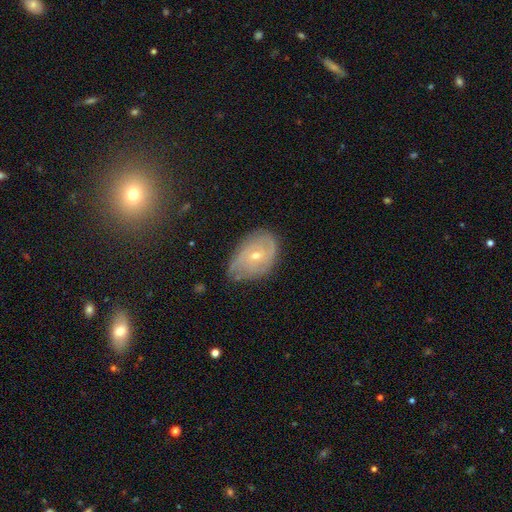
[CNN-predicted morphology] Smooth or featured?
  - featured or disk: 66% *
  - smooth: 24%
  - star or artifact: 9%
Edge-on disk?
  - no: 95% *
  - yes: 5%
Bar?
  - no: 64% *
  - weak: 30%
  - strong: 6%
Spiral arms?
  - yes: 80% *
  - no: 20%
Spiral winding?
  - tight: 51% *
  - medium: 34%
  - loose: 15%
Spiral arm count?
  - can't tell: 41% *
  - 2: 35%
  - 3: 12%
  - 1: 6%
  - 4: 4%
  - more than 4: 3%
Bulge size?
  - small: 59% *
  - moderate: 38%
  - large: 1%
  - none: 1%
  - dominant: 1%
Merging?
  - none: 54% *
  - minor disturbance: 35%
  - major disturbance: 10%
  - merger: 2%